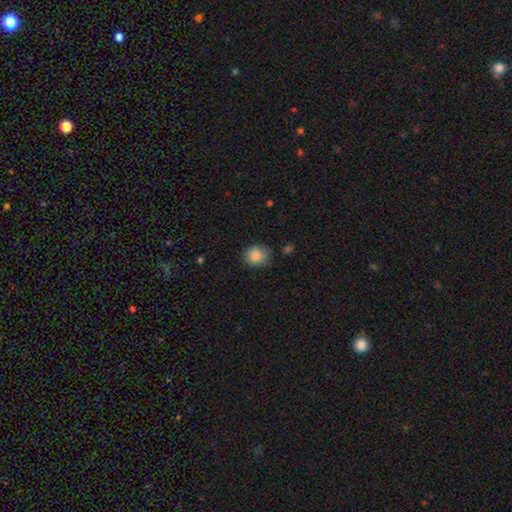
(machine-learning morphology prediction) A smooth galaxy with no disk features (87%) that is round (69%).

Vote fractions:
- Smooth or featured? smooth: 87% / star or artifact: 9% / featured or disk: 5%
- How rounded? round: 69% / in between: 30% / cigar-shaped: 1%
- Merging? none: 76% / minor disturbance: 18% / major disturbance: 4% / merger: 2%